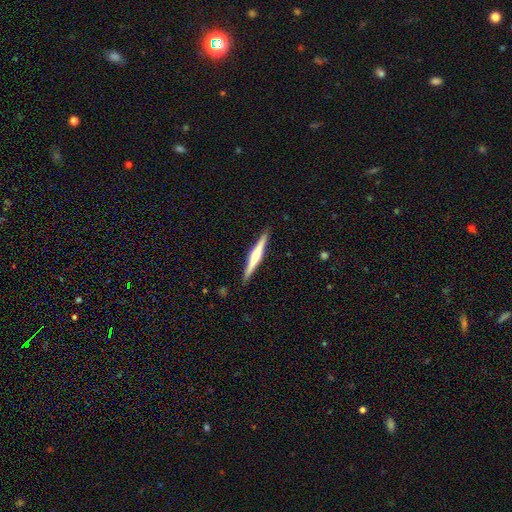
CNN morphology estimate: Q: Smooth or featured?
A: featured or disk (65%); runner-up: smooth (30%)
Q: Edge-on disk?
A: yes (98%); runner-up: no (2%)
Q: Edge-on bulge?
A: rounded (75%); runner-up: none (14%)
Q: Merging?
A: none (91%); runner-up: minor disturbance (7%)